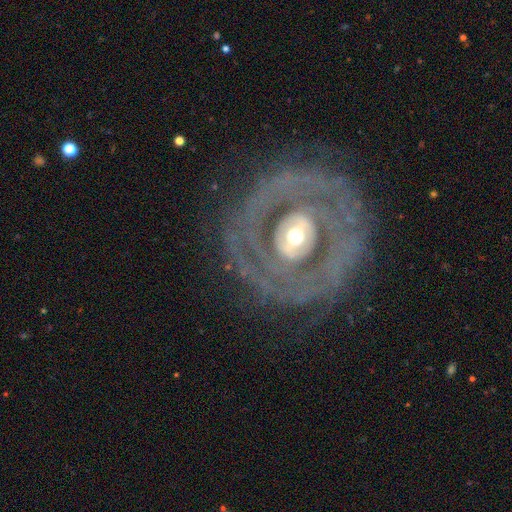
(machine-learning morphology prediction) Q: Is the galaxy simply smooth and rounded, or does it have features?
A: featured or disk — 80%.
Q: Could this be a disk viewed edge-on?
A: no — 96%.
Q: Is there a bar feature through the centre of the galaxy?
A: no — 64%.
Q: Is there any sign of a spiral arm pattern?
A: yes — 52%.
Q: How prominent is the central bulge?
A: moderate — 53%.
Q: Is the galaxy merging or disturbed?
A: none — 78%.